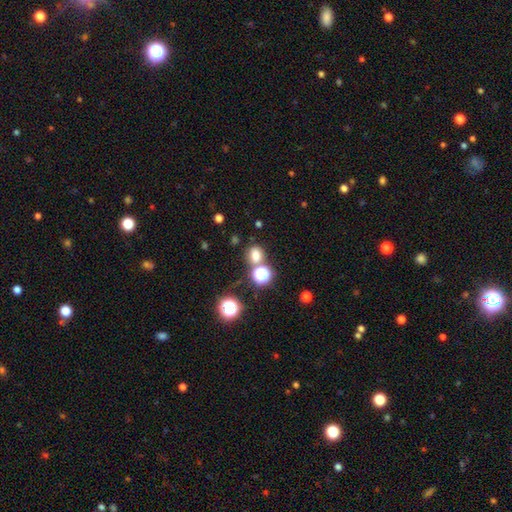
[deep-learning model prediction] Overall: smooth (70%). How rounded: round (70%). Merging: none (68%).